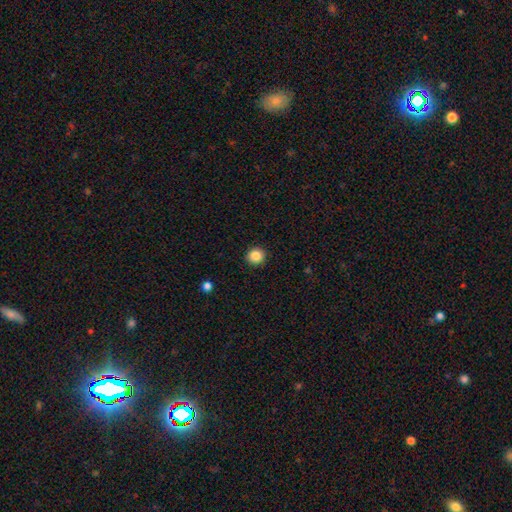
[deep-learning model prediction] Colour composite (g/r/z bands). It shows a smooth galaxy with no disk features (86%) that is round (92%). Merging: none (92%).